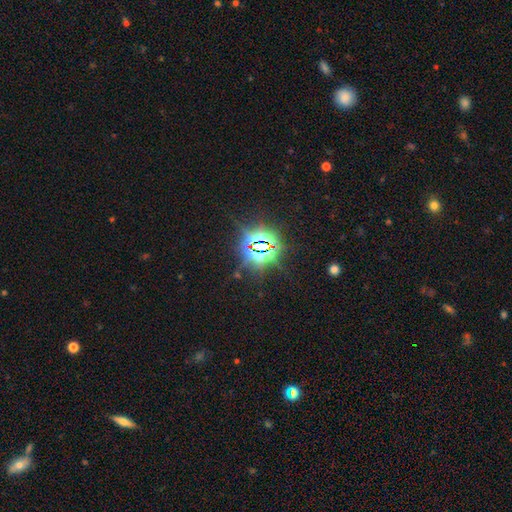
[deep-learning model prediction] Overall: star or artifact (84%).